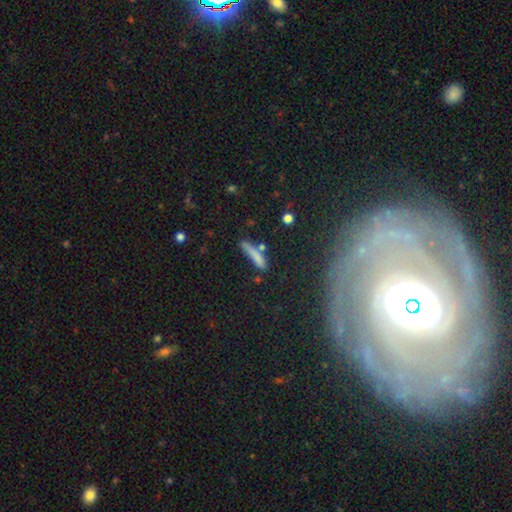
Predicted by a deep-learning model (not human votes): Overall: smooth (77%). How rounded: cigar-shaped (88%). Merging: none (66%).